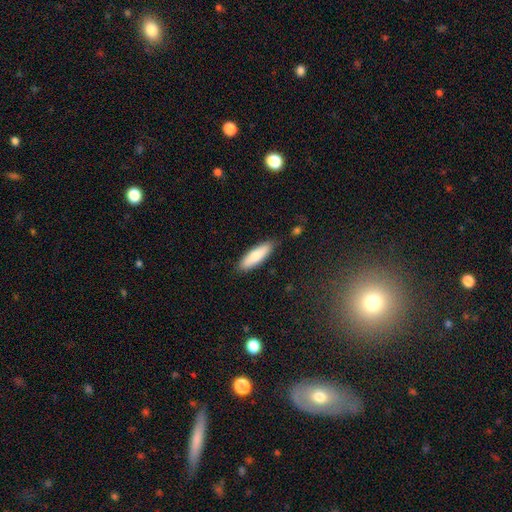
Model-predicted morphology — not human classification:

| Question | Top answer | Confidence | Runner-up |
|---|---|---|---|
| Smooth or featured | smooth | 80% | featured or disk (14%) |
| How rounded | cigar-shaped | 51% | in between (47%) |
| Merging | none | 85% | minor disturbance (11%) |